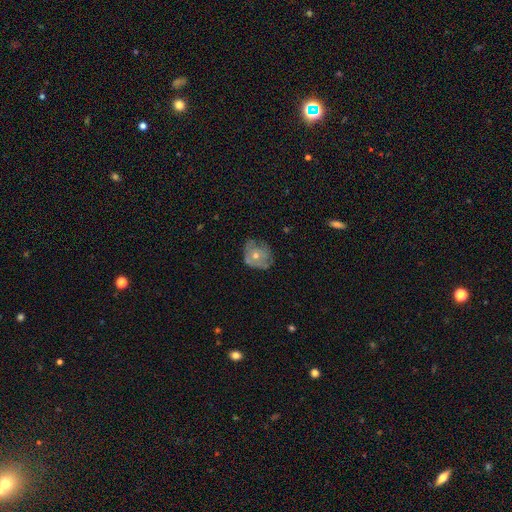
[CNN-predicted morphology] smooth-or-featured: featured or disk: 55% | smooth: 34% | star or artifact: 10%
  disk-edge-on: no: 96% | yes: 4%
    bar: no: 88% | weak: 10% | strong: 2%
    has-spiral-arms: yes: 52% | no: 48%
    bulge-size: moderate: 51% | small: 45% | large: 2% | none: 1% | dominant: 1%
  merging: none: 64% | minor disturbance: 25% | major disturbance: 9% | merger: 2%